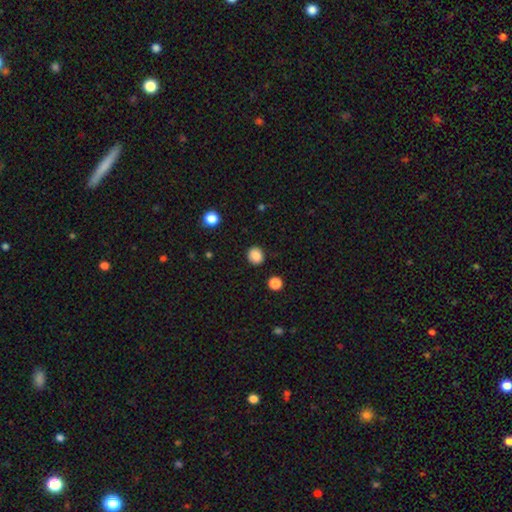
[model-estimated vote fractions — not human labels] Smooth or featured? Predicted: smooth (p=0.87). How rounded? Predicted: round (p=0.77). Merging? Predicted: none (p=0.89).